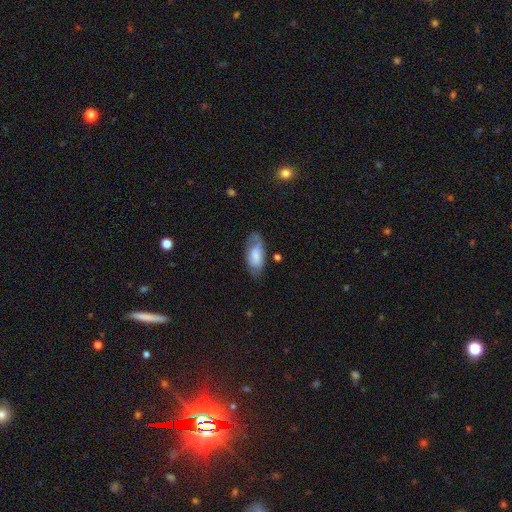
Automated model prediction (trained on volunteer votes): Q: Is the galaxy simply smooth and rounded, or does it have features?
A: smooth — 64%.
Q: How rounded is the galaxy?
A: in between — 88%.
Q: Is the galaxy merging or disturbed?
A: none — 61%.